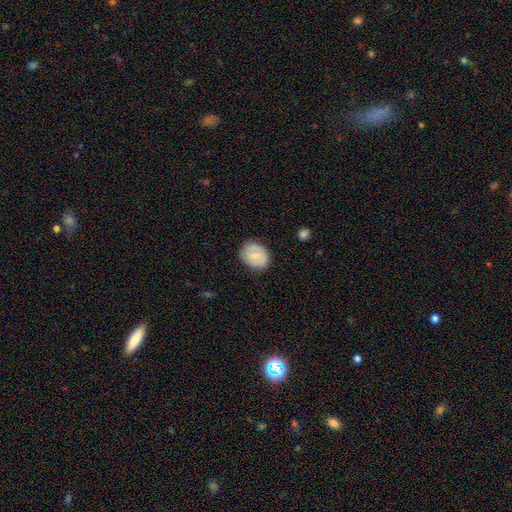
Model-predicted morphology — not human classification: The model was most divided on "how rounded": round: 50%, in between: 49%, cigar-shaped: 1%. More confident: merging — none (82%); smooth or featured — smooth (51%).